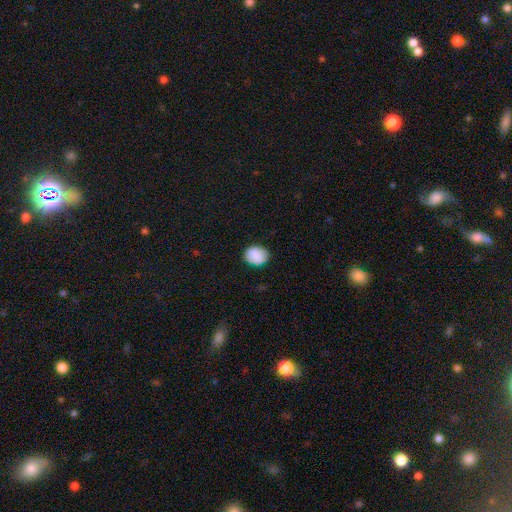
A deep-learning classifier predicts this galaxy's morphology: type=smooth (86%); roundness=in between (50%); merging=none (81%).